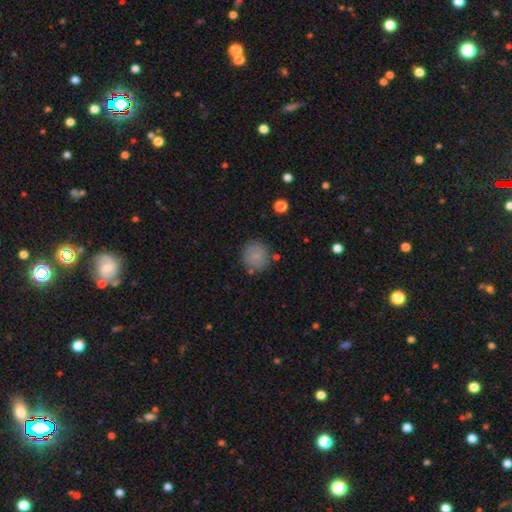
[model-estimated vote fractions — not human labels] A smooth galaxy with no disk features (79%) that is round (88%).

Vote fractions:
- Smooth or featured? smooth: 79% / featured or disk: 12% / star or artifact: 9%
- How rounded? round: 88% / in between: 11% / cigar-shaped: 1%
- Merging? none: 79% / minor disturbance: 13% / major disturbance: 4% / merger: 4%